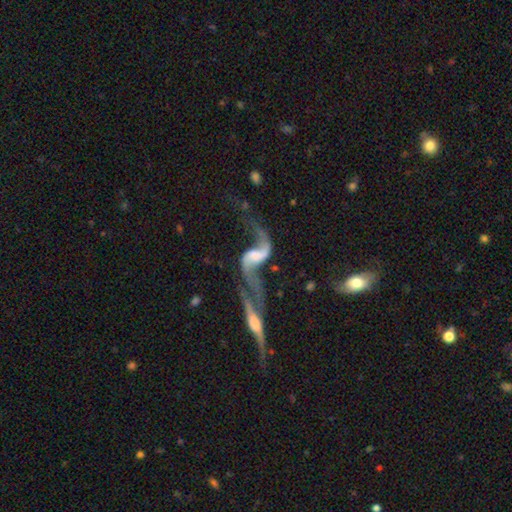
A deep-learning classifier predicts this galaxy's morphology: Smooth or featured? featured or disk (87%)
Edge-on disk? no (96%)
Bar? weak (42%)
Spiral arms? yes (95%)
Spiral winding? loose (91%)
Spiral arm count? 2 (93%)
Bulge size? none (37%)
Merging? none (37%)